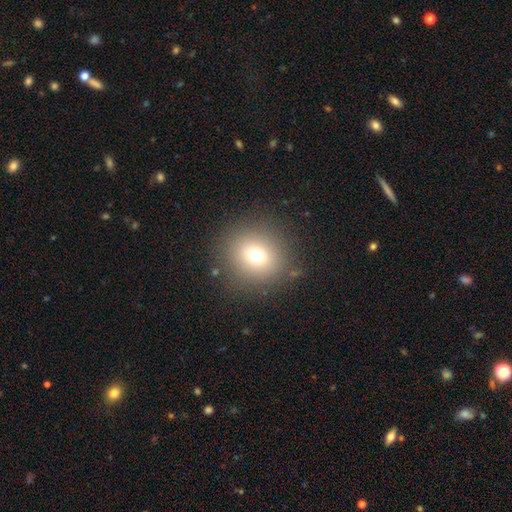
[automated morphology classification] type=smooth (72%); roundness=round (87%); merging=none (86%).